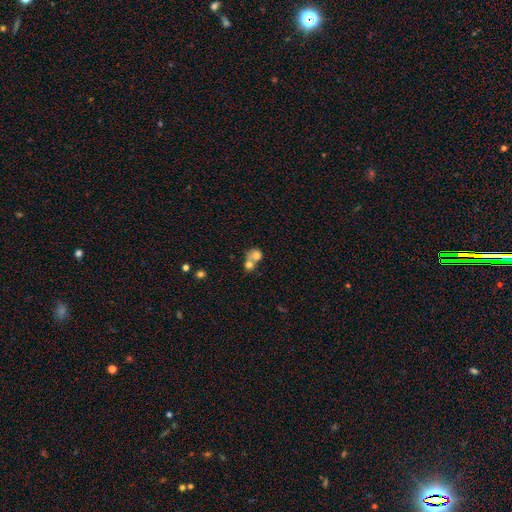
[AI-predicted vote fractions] Overall: smooth (68%). How rounded: round (69%; in between 29%). Merging: merger (69%).